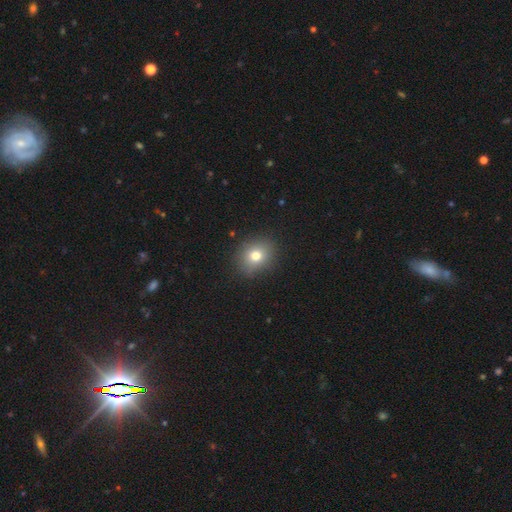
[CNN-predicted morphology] The model was most divided on "how rounded": round: 68%, in between: 30%, cigar-shaped: 1%. More confident: merging — none (87%); smooth or featured — smooth (74%).